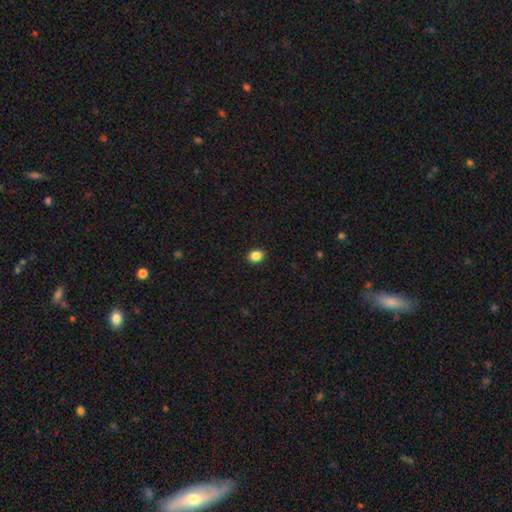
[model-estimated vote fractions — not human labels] Smooth or featured: smooth — 86% (star or artifact — 10%)
How rounded: round — 53% (in between — 46%)
Merging: none — 92% (minor disturbance — 6%)